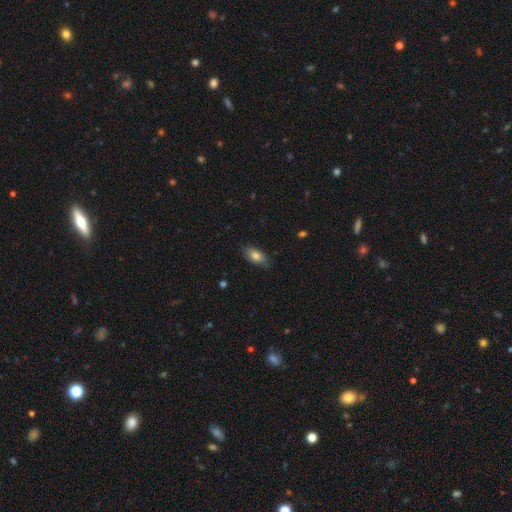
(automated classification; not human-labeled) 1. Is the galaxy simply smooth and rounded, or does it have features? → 79% smooth, 13% featured or disk, 7% star or artifact.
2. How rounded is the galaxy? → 88% in between, 8% cigar-shaped, 4% round.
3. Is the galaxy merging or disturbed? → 81% none, 15% minor disturbance, 3% major disturbance, 1% merger.